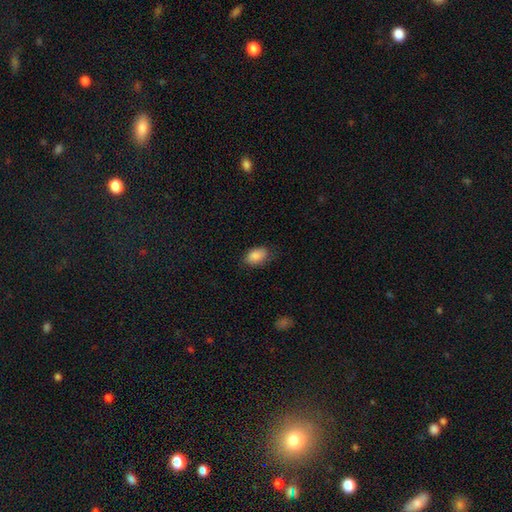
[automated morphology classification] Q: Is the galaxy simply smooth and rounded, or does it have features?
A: smooth — 87%.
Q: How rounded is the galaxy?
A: in between — 88%.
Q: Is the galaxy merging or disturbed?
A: none — 77%.